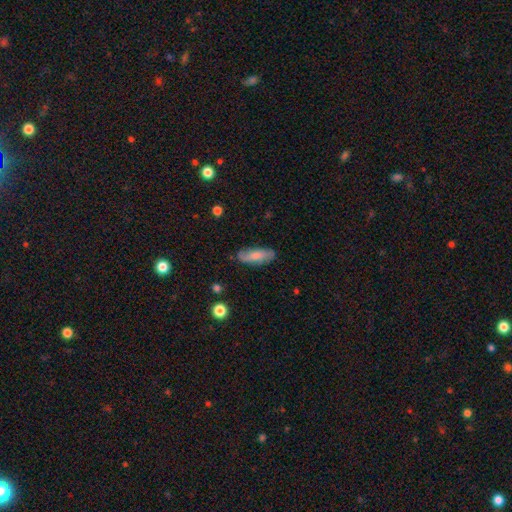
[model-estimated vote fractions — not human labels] Smooth or featured? Predicted: smooth (p=0.64). How rounded? Predicted: in between (p=0.69). Merging? Predicted: none (p=0.76).